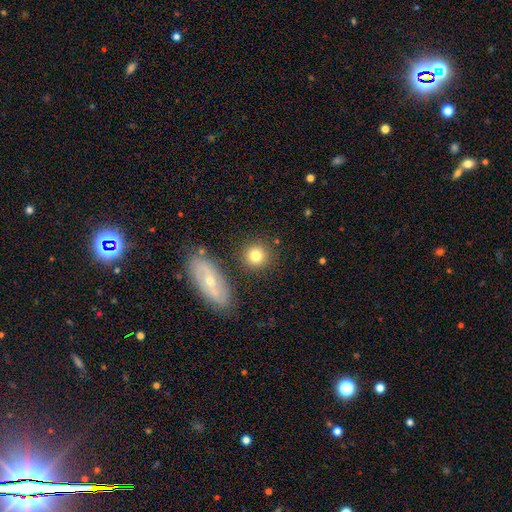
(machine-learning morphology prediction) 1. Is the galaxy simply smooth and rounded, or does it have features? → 78% smooth, 12% featured or disk, 10% star or artifact.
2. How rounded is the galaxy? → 89% round, 9% in between, 1% cigar-shaped.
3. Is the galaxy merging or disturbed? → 81% none, 9% minor disturbance, 7% merger, 3% major disturbance.